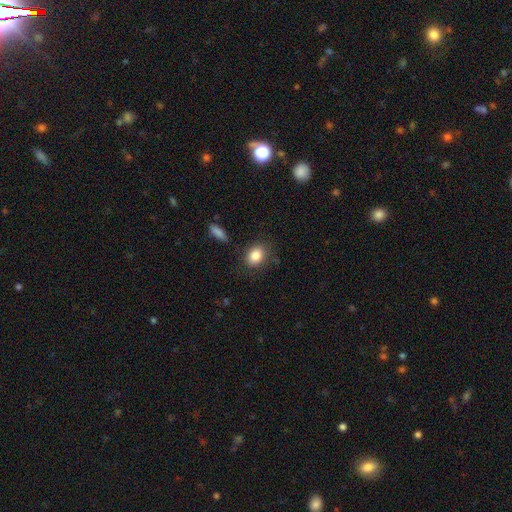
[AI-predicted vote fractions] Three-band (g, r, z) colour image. It shows a smooth galaxy with no disk features (85%) that is in between round and cigar-shaped (57%). Merging: none (82%).